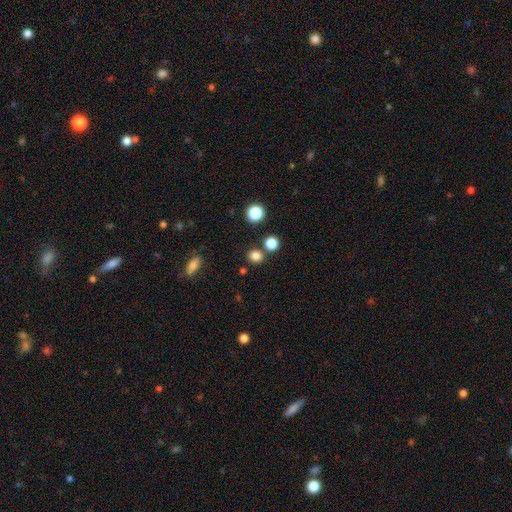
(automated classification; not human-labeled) Overall: smooth (81%). How rounded: round (82%). Merging: none (78%).